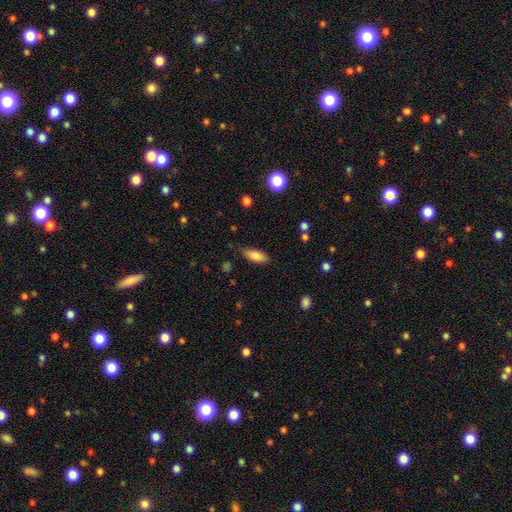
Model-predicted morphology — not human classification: smooth_or_featured: smooth (p=0.83) [alt: featured or disk p=0.10]
how_rounded: in between (p=0.82) [alt: cigar-shaped p=0.16]
merging: none (p=0.75) [alt: minor disturbance p=0.19]